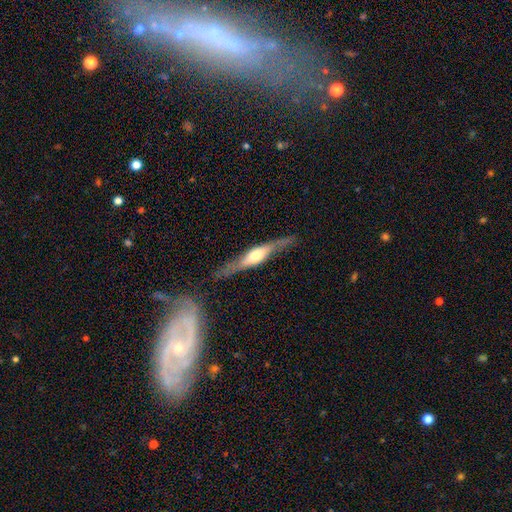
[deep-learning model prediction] Smooth or featured: featured or disk — 70% (smooth — 25%)
Edge-on disk: yes — 92% (no — 8%)
Edge-on bulge: rounded — 82% (boxy — 13%)
Merging: none — 77% (minor disturbance — 16%)